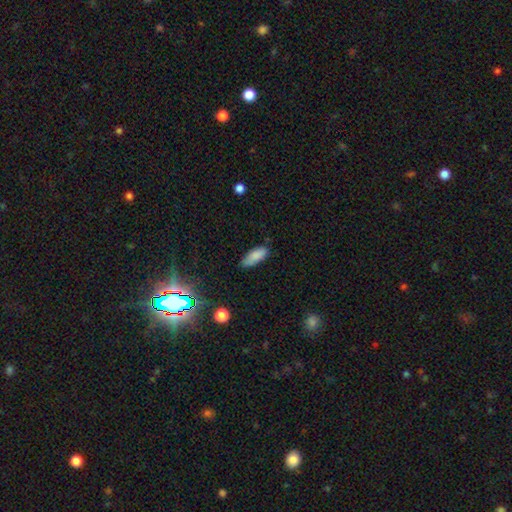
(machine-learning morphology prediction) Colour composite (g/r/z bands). It shows a smooth galaxy with no disk features (83%) that is in between round and cigar-shaped (76%). Merging: none (68%).